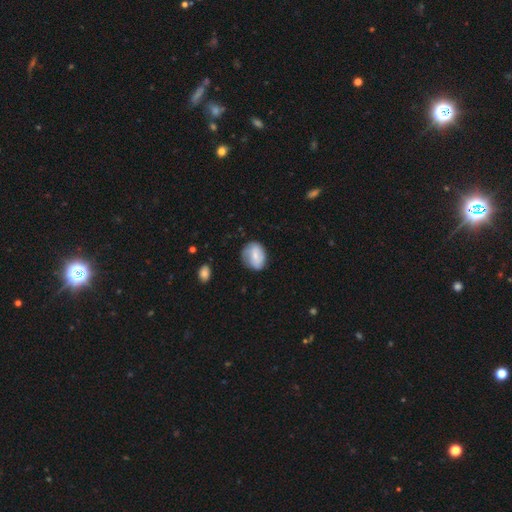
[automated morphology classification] Q: Smooth or featured?
A: smooth (57%); runner-up: featured or disk (36%)
Q: How rounded?
A: in between (54%); runner-up: round (44%)
Q: Merging?
A: none (66%); runner-up: minor disturbance (25%)